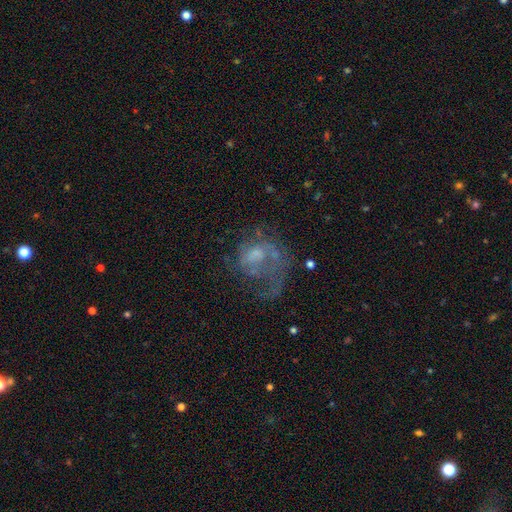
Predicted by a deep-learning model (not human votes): Q: Smooth or featured?
A: featured or disk (61%); runner-up: smooth (27%)
Q: Edge-on disk?
A: no (98%); runner-up: yes (2%)
Q: Bar?
A: no (73%); runner-up: weak (23%)
Q: Spiral arms?
A: yes (52%); runner-up: no (48%)
Q: Bulge size?
A: small (34%); runner-up: moderate (32%)
Q: Merging?
A: major disturbance (49%); runner-up: none (30%)